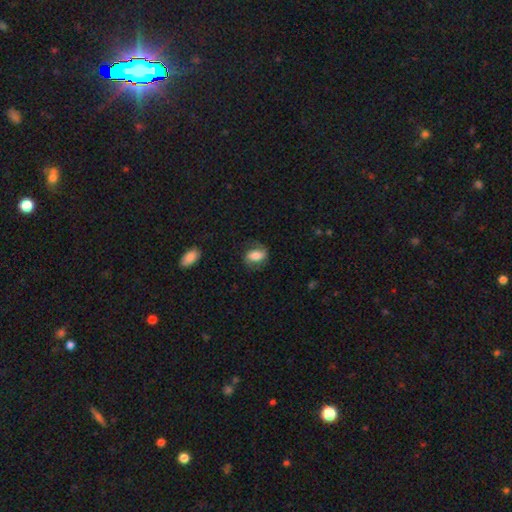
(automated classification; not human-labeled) smooth 51%, featured or disk 41%, star or artifact 7%. Down the decision tree: how rounded — in between (80%); merging — none (71%).